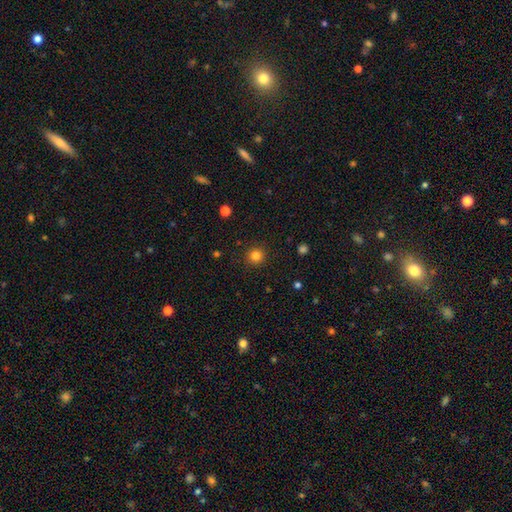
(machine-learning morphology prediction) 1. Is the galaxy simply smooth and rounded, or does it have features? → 82% smooth, 14% star or artifact, 5% featured or disk.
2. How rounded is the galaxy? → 94% round, 5% in between, 1% cigar-shaped.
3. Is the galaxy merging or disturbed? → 91% none, 6% minor disturbance, 2% major disturbance, 1% merger.